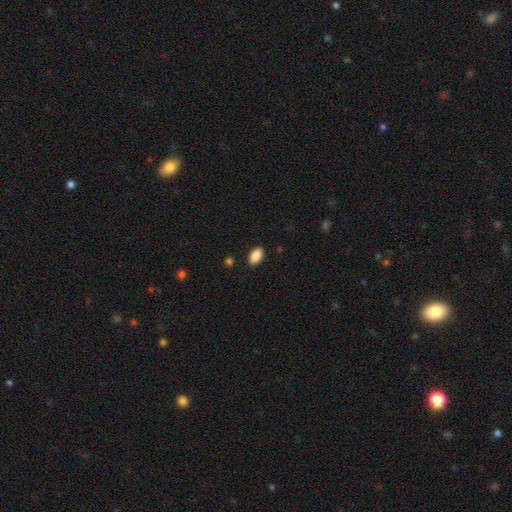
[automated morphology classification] A smooth galaxy with no disk features (89%) that is in between round and cigar-shaped (94%).

Vote fractions:
- Smooth or featured? smooth: 89% / star or artifact: 7% / featured or disk: 3%
- How rounded? in between: 94% / round: 4% / cigar-shaped: 2%
- Merging? none: 89% / minor disturbance: 8% / major disturbance: 2% / merger: 1%